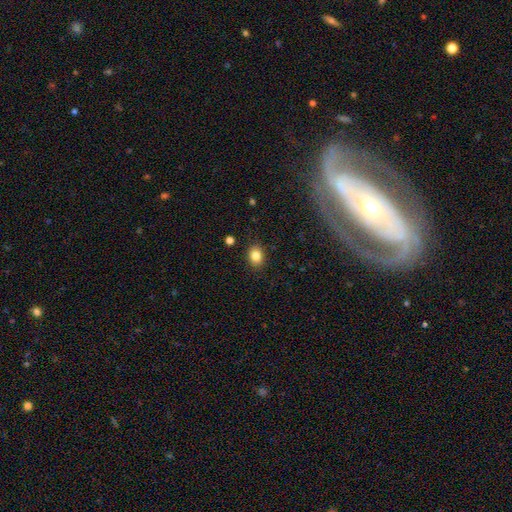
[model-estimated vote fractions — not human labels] Smooth or featured?
  - smooth: 84% *
  - star or artifact: 10%
  - featured or disk: 6%
How rounded?
  - in between: 57% *
  - round: 42%
  - cigar-shaped: 1%
Merging?
  - none: 88% *
  - minor disturbance: 8%
  - major disturbance: 2%
  - merger: 1%